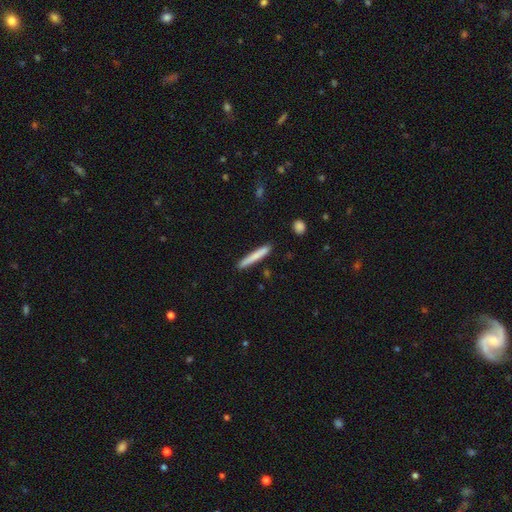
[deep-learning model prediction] Smooth or featured?
  - smooth: 76% *
  - featured or disk: 19%
  - star or artifact: 6%
How rounded?
  - cigar-shaped: 96% *
  - in between: 3%
  - round: 1%
Merging?
  - none: 89% *
  - minor disturbance: 8%
  - merger: 2%
  - major disturbance: 2%